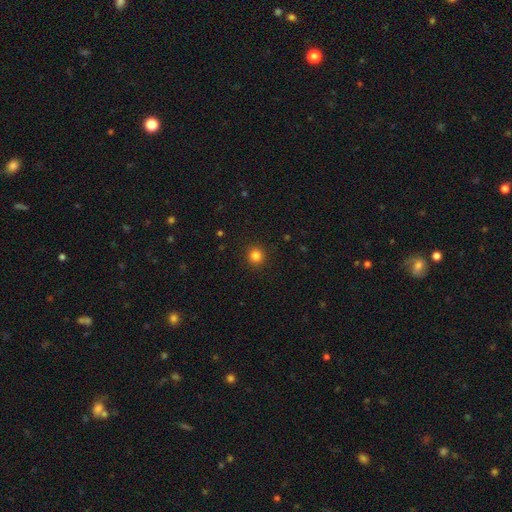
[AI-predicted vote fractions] smooth_or_featured: smooth (p=0.83) [alt: star or artifact p=0.13]
how_rounded: round (p=0.94) [alt: in between p=0.05]
merging: none (p=0.92) [alt: minor disturbance p=0.05]